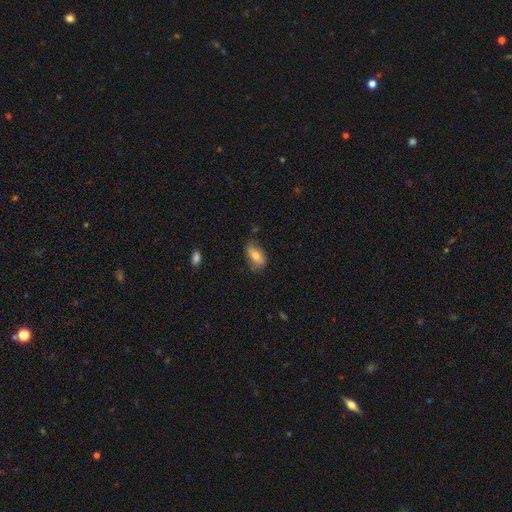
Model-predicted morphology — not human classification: smooth-or-featured: smooth: 70% | featured or disk: 22% | star or artifact: 8%
  how-rounded: in between: 86% | cigar-shaped: 8% | round: 5%
  merging: none: 69% | minor disturbance: 24% | major disturbance: 5% | merger: 2%